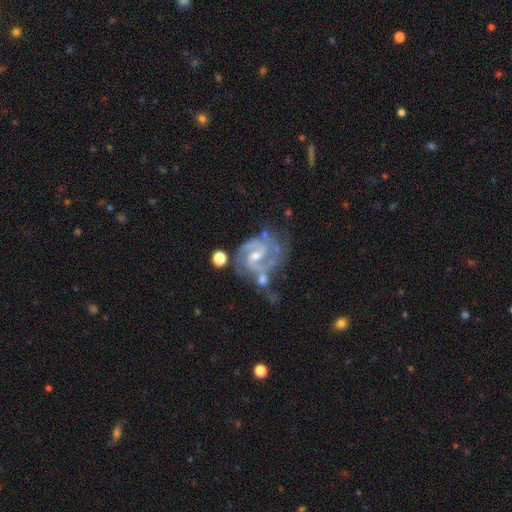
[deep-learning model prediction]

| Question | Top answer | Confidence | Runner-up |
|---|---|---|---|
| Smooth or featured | featured or disk | 89% | star or artifact (6%) |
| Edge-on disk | no | 98% | yes (2%) |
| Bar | weak | 51% | no (26%) |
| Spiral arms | yes | 97% | no (3%) |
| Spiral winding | medium | 49% | tight (41%) |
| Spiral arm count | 2 | 72% | 3 (12%) |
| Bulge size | small | 55% | moderate (40%) |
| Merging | none | 45% | minor disturbance (21%) |